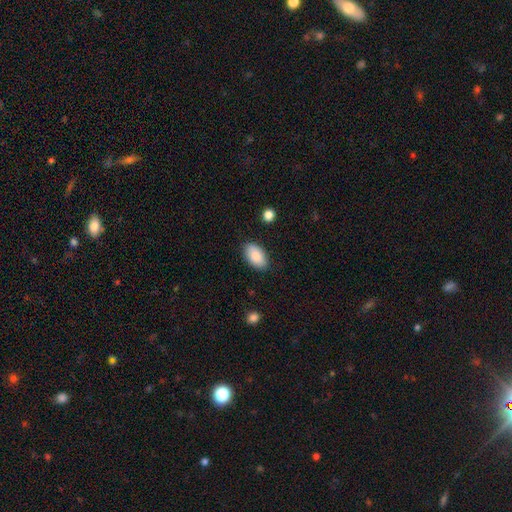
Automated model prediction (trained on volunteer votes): Smooth or featured? Predicted: smooth (p=0.87). How rounded? Predicted: in between (p=0.94). Merging? Predicted: none (p=0.85).